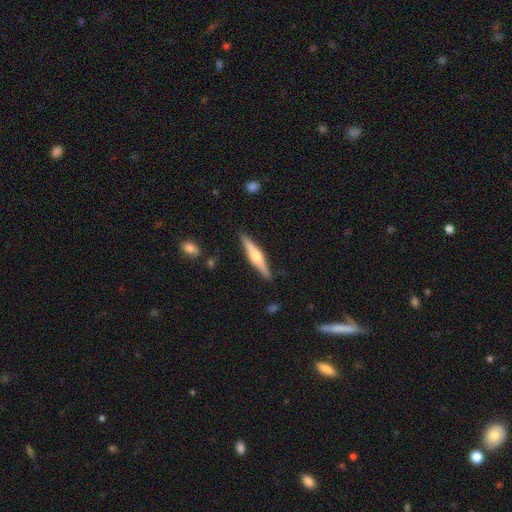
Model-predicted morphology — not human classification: Q: Smooth or featured?
A: featured or disk (62%); runner-up: smooth (32%)
Q: Edge-on disk?
A: yes (97%); runner-up: no (3%)
Q: Edge-on bulge?
A: rounded (83%); runner-up: boxy (12%)
Q: Merging?
A: none (89%); runner-up: minor disturbance (8%)